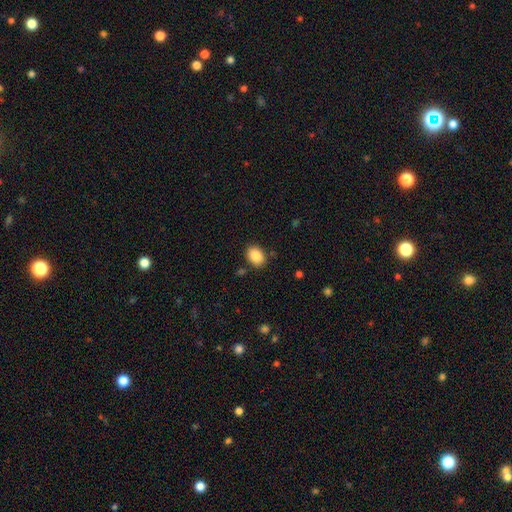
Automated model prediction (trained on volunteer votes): smooth-or-featured: smooth: 88% | star or artifact: 8% | featured or disk: 5%
  how-rounded: in between: 70% | round: 29% | cigar-shaped: 1%
  merging: none: 84% | minor disturbance: 10% | merger: 3% | major disturbance: 3%